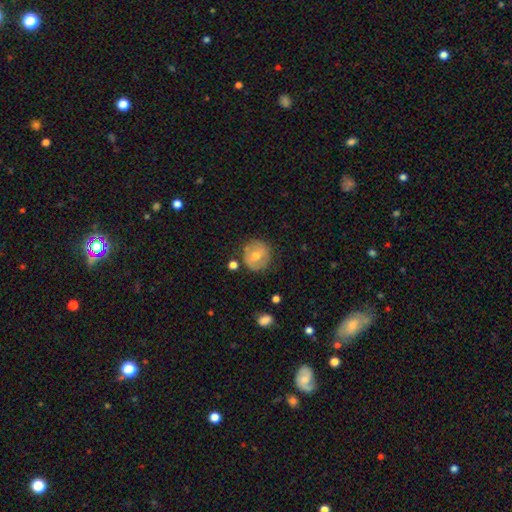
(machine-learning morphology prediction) Overall: smooth (49%; featured or disk 42%). Merging: none (78%).